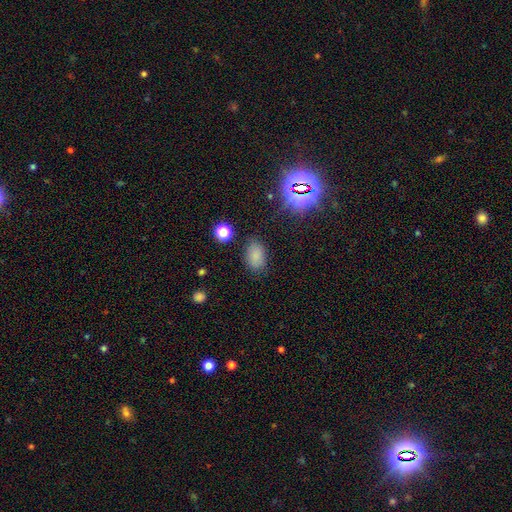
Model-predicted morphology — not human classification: A smooth galaxy with no disk features (78%) that is in between round and cigar-shaped (86%). Merging: none (80%).